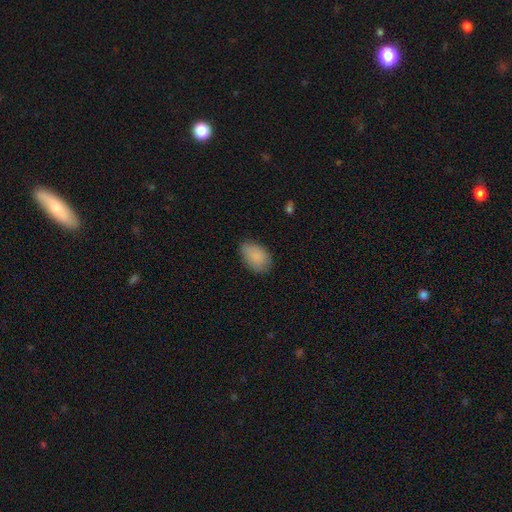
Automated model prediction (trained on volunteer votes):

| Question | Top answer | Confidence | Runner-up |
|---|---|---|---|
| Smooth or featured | smooth | 87% | star or artifact (7%) |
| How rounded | in between | 89% | round (10%) |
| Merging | none | 77% | minor disturbance (19%) |